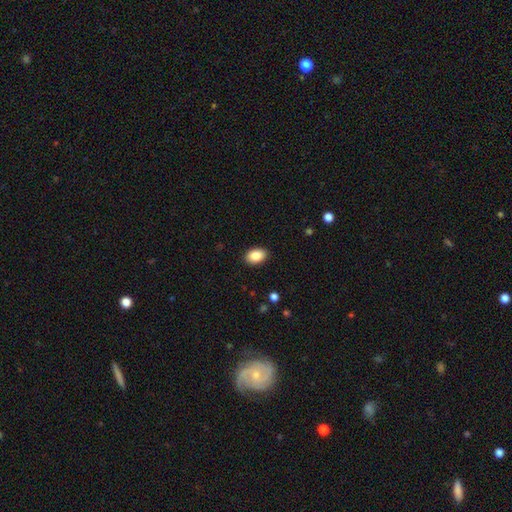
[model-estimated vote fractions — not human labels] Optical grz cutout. It shows a smooth galaxy with no disk features (87%) that is in between round and cigar-shaped (86%). Merging: none (90%).